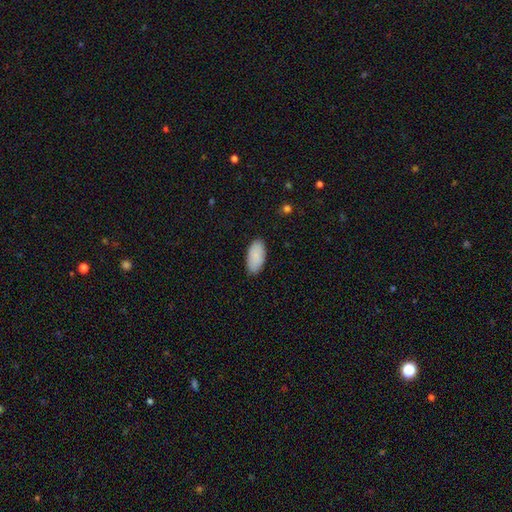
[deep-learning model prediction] This is clearly a smooth galaxy (89%). How rounded: clearly in between (95%). Merging: clearly none (86%).